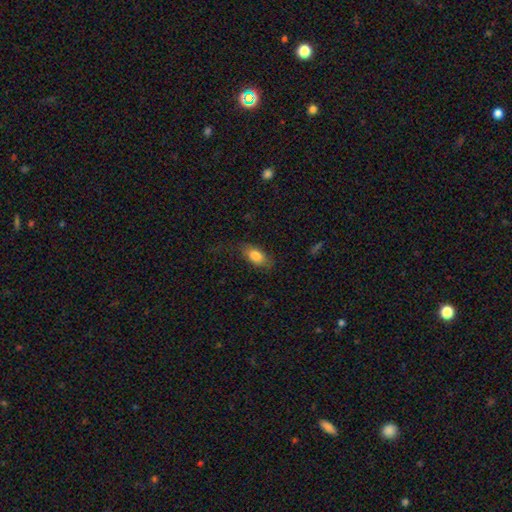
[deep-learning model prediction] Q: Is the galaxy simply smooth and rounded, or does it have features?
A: smooth — 81%.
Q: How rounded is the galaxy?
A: in between — 88%.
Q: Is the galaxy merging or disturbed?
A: none — 65%.